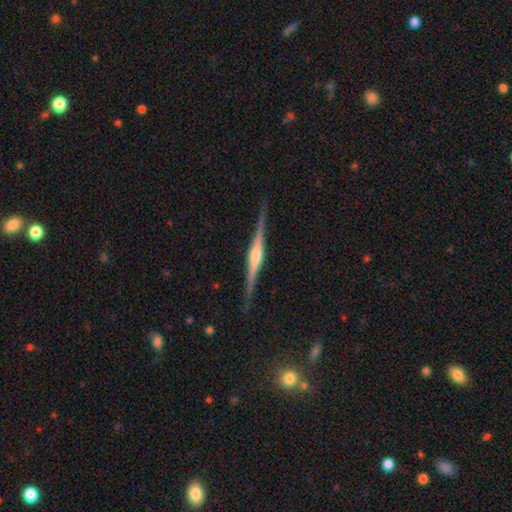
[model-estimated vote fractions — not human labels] Overall: featured or disk (85%). Edge-on disk: yes (98%). Edge-on bulge: rounded (77%). Merging: none (89%).